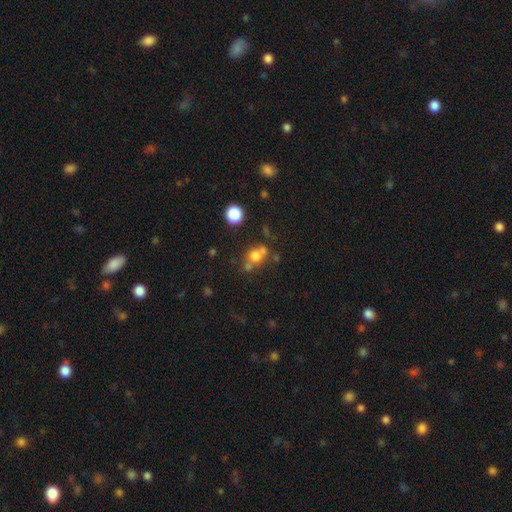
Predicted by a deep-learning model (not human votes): This appears to be a smooth galaxy with no disk features (68%) that is round (71%). Merging: none (45%).